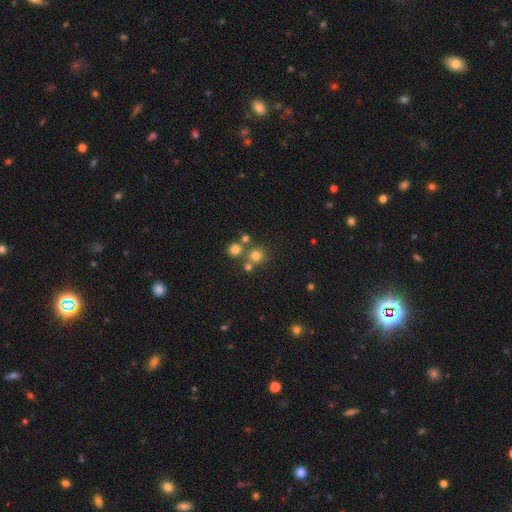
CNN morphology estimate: Smooth or featured? Predicted: smooth (p=0.73). How rounded? Predicted: round (p=0.91). Merging? Predicted: none (p=0.65).